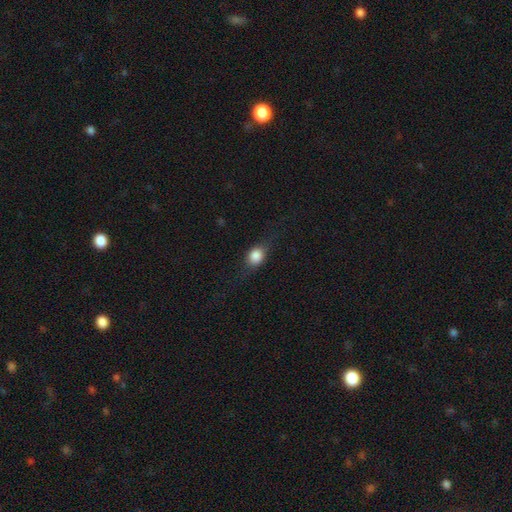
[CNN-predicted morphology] Overall: smooth (75%). How rounded: round (49%; in between 47%). Merging: none (69%).